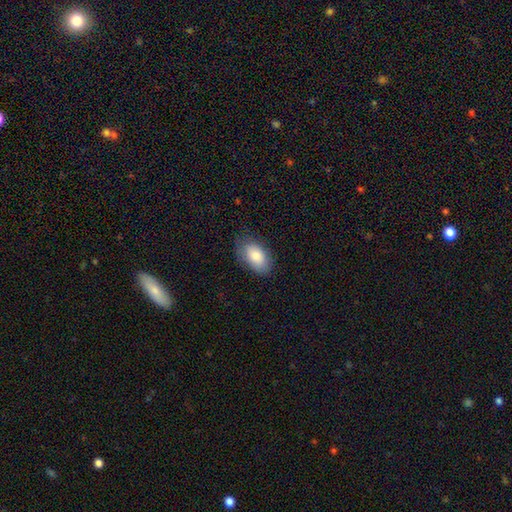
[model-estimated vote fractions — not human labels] Smooth or featured? smooth (81%)
How rounded? in between (93%)
Merging? none (77%)